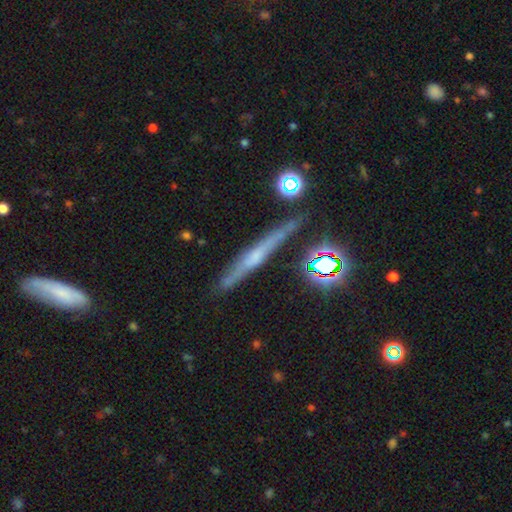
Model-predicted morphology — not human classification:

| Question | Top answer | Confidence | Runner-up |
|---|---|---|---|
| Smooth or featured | featured or disk | 60% | smooth (24%) |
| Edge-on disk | yes | 94% | no (6%) |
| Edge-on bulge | rounded | 47% | none (42%) |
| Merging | none | 84% | minor disturbance (11%) |